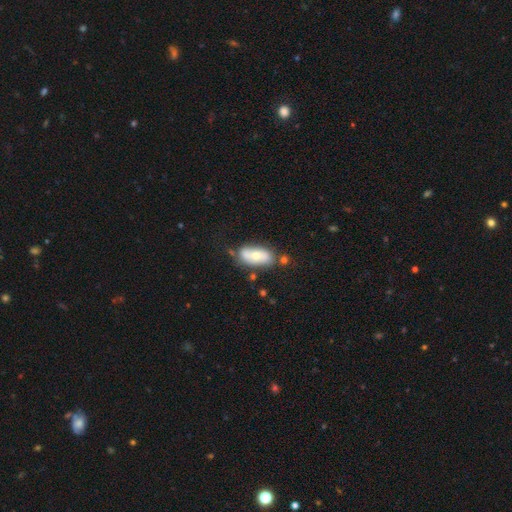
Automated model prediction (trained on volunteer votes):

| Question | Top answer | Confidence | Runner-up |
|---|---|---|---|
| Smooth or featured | smooth | 55% | featured or disk (39%) |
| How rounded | in between | 88% | cigar-shaped (8%) |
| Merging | none | 68% | minor disturbance (18%) |